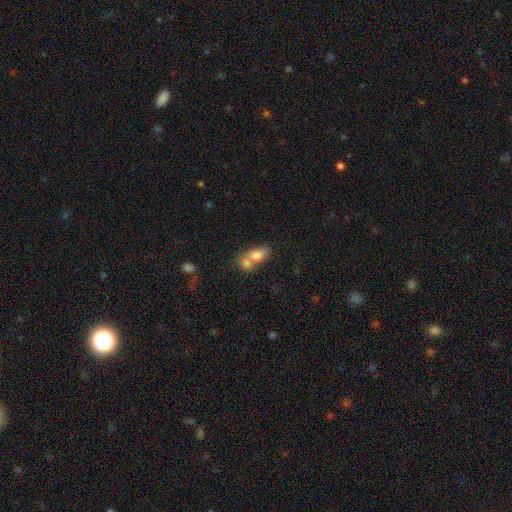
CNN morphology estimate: type=smooth (75%); roundness=in between (76%); merging=merger (66%).